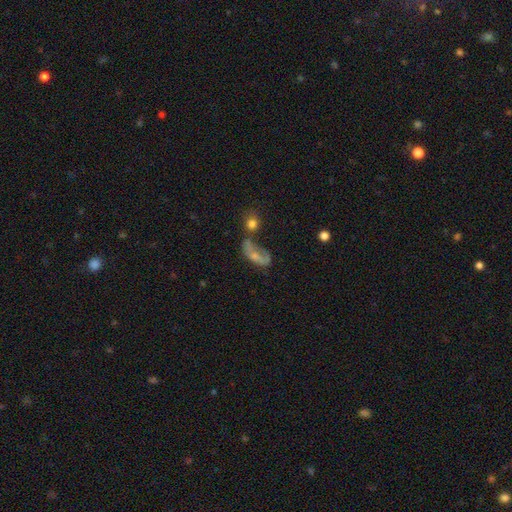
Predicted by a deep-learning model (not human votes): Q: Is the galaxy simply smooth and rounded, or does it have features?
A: smooth — 48%.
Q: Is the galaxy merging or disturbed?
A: major disturbance — 34%.